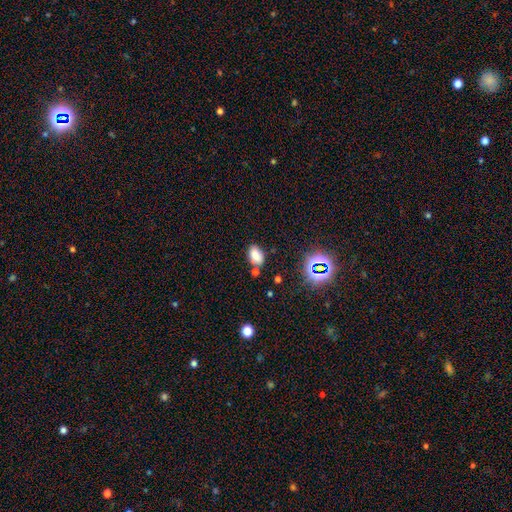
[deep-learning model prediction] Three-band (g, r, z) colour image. It shows a smooth galaxy with no disk features (76%) that is in between round and cigar-shaped (88%). Merging: none (71%).